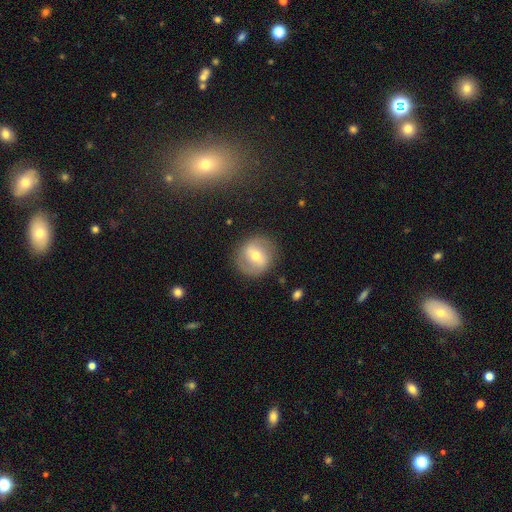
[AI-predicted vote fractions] Morphology: type=featured or disk (53%); edge-on=no (95%); merging=none (85%).